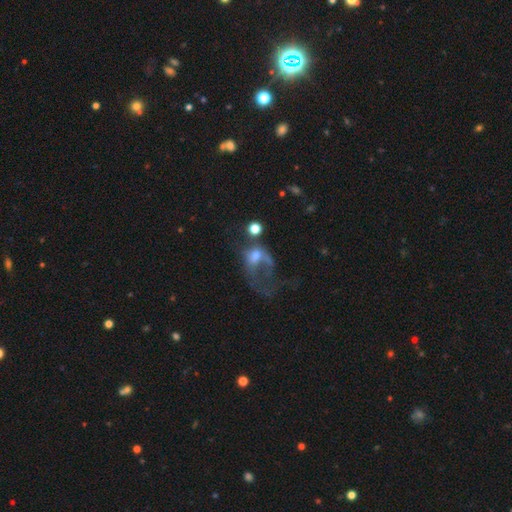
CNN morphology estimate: smooth_or_featured: smooth (p=0.43) [alt: featured or disk p=0.42]
merging: major disturbance (p=0.57) [alt: merger p=0.20]